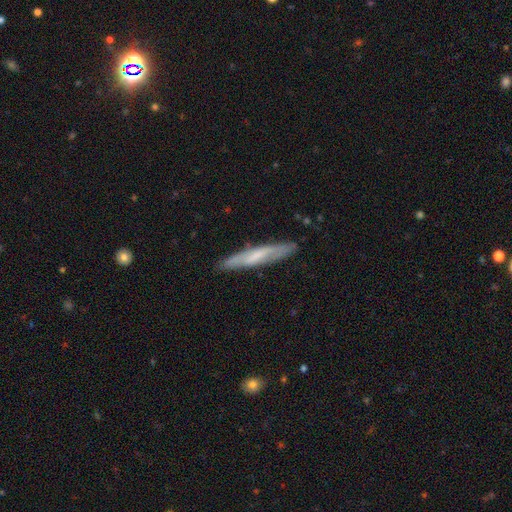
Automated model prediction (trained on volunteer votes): featured or disk 50%, smooth 44%, star or artifact 7%. Down the decision tree: merging — none (84%).